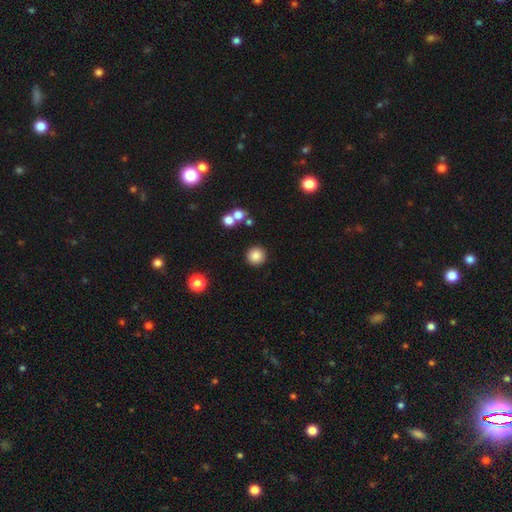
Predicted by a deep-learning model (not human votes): A smooth galaxy with no disk features (85%) that is round (94%). Merging: none (88%).